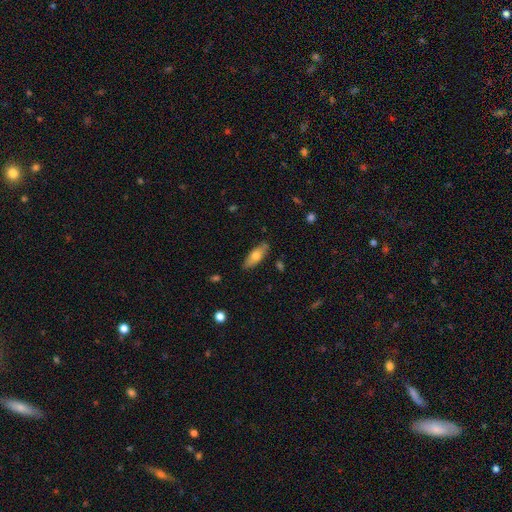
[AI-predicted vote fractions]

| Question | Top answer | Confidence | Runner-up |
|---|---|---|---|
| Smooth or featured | smooth | 64% | featured or disk (30%) |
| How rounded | in between | 71% | cigar-shaped (26%) |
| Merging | none | 85% | minor disturbance (12%) |